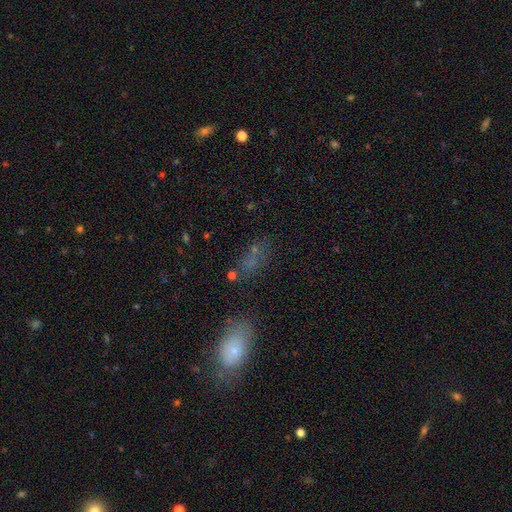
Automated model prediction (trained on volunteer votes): Overall: smooth (55%; star or artifact 28%). How rounded: in between (77%). Merging: none (57%; minor disturbance 17%).